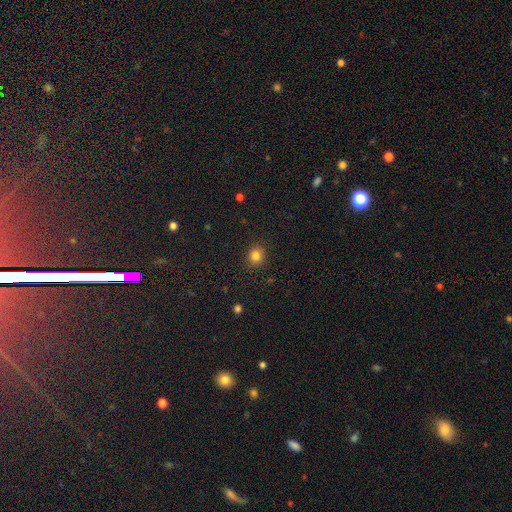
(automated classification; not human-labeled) Q: Smooth or featured?
A: smooth (83%); runner-up: star or artifact (12%)
Q: How rounded?
A: round (80%); runner-up: in between (19%)
Q: Merging?
A: none (89%); runner-up: minor disturbance (8%)